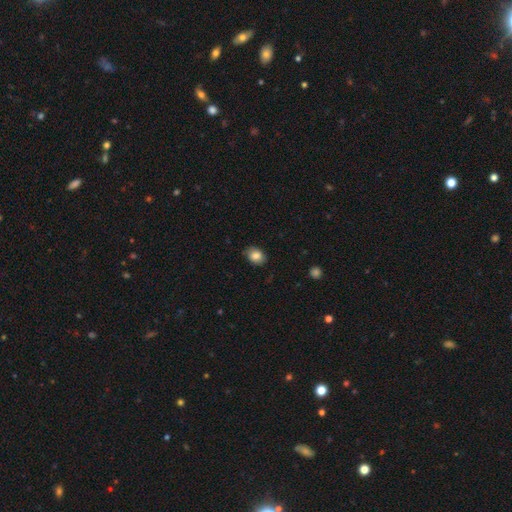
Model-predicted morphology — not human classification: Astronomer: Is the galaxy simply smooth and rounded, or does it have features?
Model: smooth — 83%.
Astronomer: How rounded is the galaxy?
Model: in between — 64%.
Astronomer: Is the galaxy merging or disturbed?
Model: none — 80%.